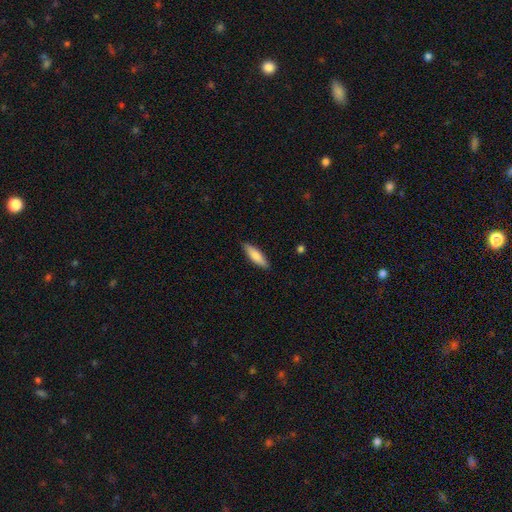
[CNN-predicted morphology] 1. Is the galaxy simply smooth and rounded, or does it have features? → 80% smooth, 15% featured or disk, 6% star or artifact.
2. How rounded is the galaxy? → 58% cigar-shaped, 41% in between, 2% round.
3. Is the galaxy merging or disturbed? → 88% none, 9% minor disturbance, 2% major disturbance, 1% merger.